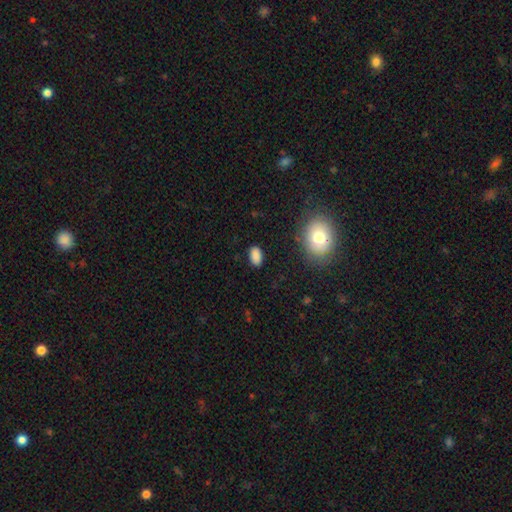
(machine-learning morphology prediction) smooth-or-featured: smooth: 86% | star or artifact: 10% | featured or disk: 4%
  how-rounded: in between: 90% | round: 8% | cigar-shaped: 2%
  merging: none: 85% | minor disturbance: 10% | major disturbance: 3% | merger: 1%